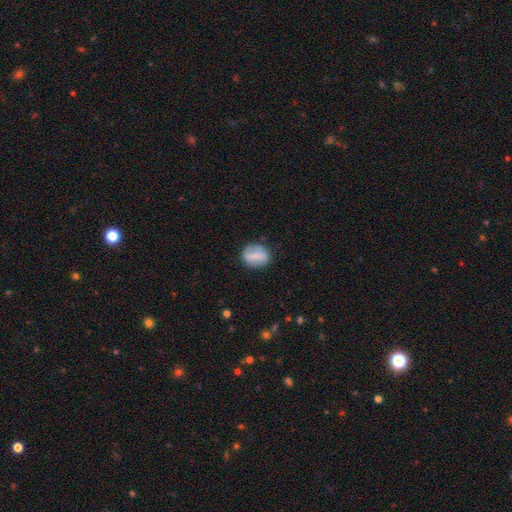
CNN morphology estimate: Smooth or featured? smooth (68%)
How rounded? in between (49%)
Merging? none (80%)